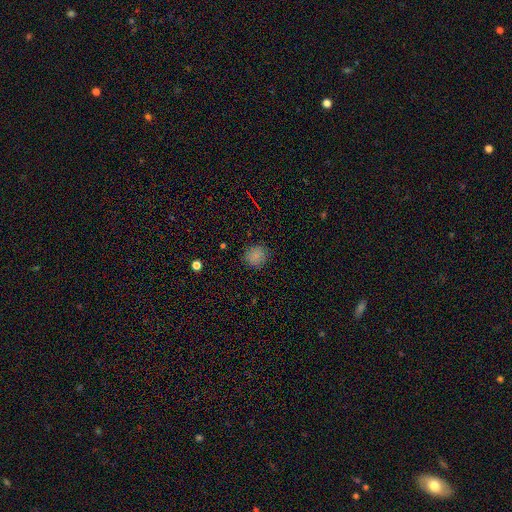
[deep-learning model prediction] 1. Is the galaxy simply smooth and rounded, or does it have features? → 81% smooth, 14% star or artifact, 5% featured or disk.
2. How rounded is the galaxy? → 89% round, 10% in between, 1% cigar-shaped.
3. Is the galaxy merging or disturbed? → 86% none, 10% minor disturbance, 3% major disturbance, 1% merger.